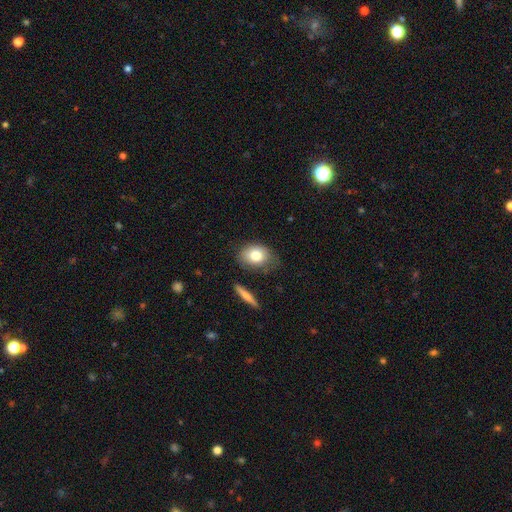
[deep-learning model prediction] A smooth galaxy with no disk features (78%) that is in between round and cigar-shaped (70%). Merging: none (67%).